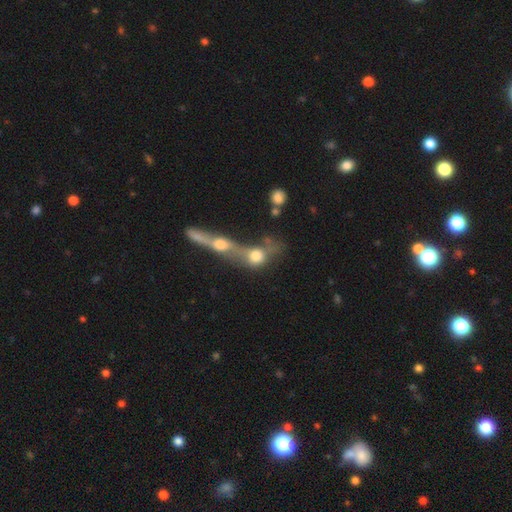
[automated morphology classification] Smooth or featured?
  - smooth: 56% *
  - featured or disk: 31%
  - star or artifact: 13%
How rounded?
  - round: 49% *
  - in between: 40%
  - cigar-shaped: 11%
Merging?
  - merger: 71% *
  - none: 15%
  - major disturbance: 8%
  - minor disturbance: 6%